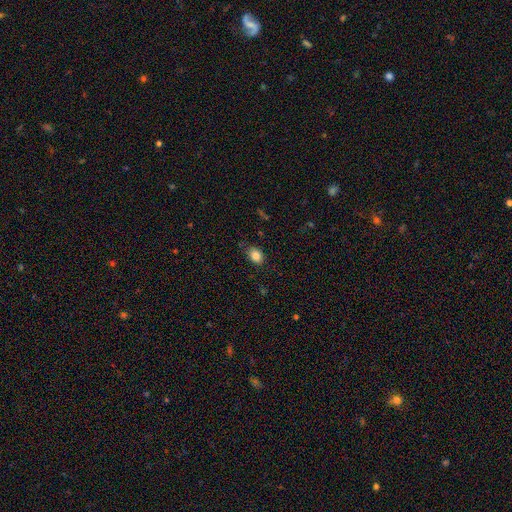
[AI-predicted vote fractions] Smooth or featured? smooth (85%)
How rounded? in between (71%)
Merging? none (81%)